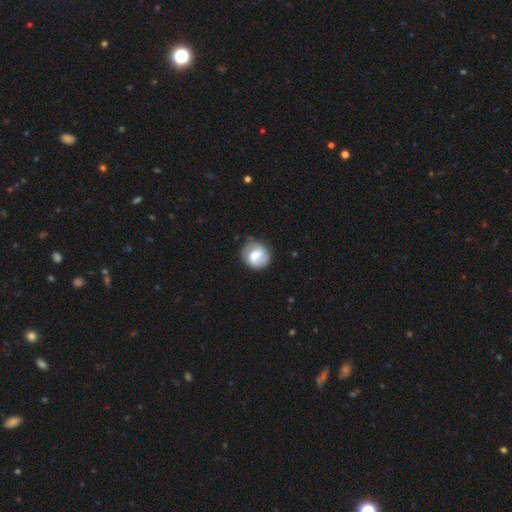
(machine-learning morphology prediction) The model was most divided on "smooth or featured": featured or disk: 49%, smooth: 44%, star or artifact: 6%. More confident: merging — none (75%).